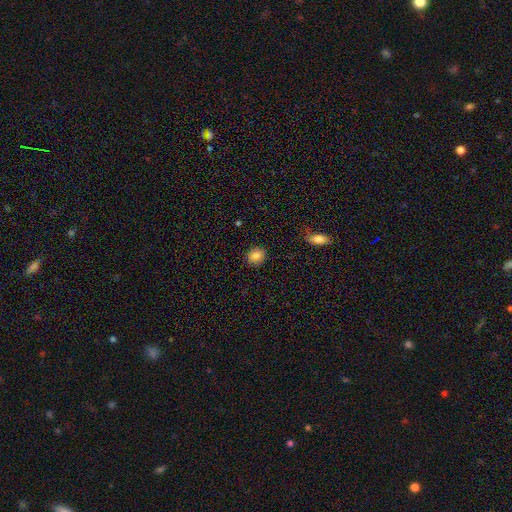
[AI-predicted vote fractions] Smooth or featured? Predicted: smooth (p=0.83). How rounded? Predicted: round (p=0.76). Merging? Predicted: none (p=0.89).